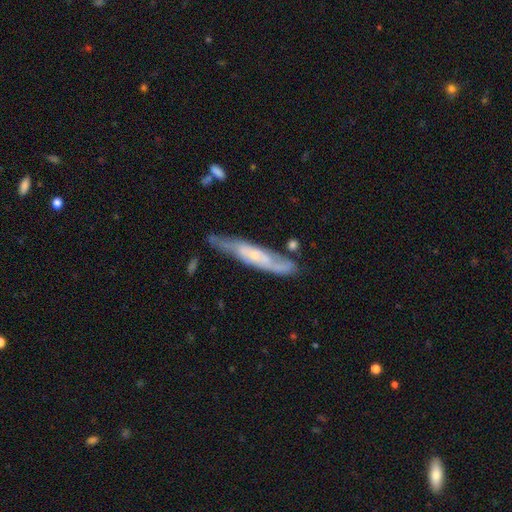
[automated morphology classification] Q: Smooth or featured?
A: featured or disk (65%); runner-up: smooth (29%)
Q: Edge-on disk?
A: no (51%); runner-up: yes (49%)
Q: Merging?
A: none (61%); runner-up: minor disturbance (25%)